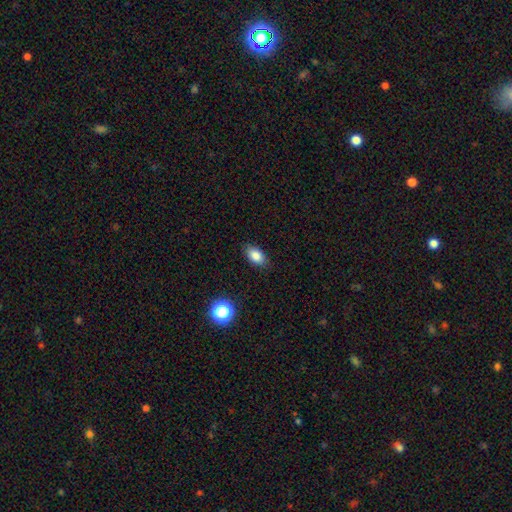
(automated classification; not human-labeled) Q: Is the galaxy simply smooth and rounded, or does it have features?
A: smooth — 84%.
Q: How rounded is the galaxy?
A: in between — 89%.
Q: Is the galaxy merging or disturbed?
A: none — 86%.